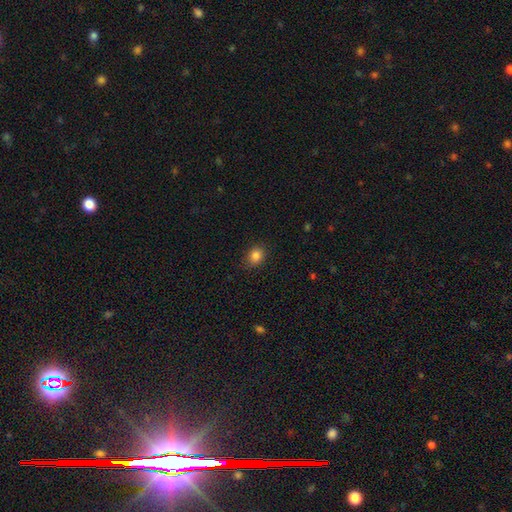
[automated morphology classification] smooth_or_featured: smooth (p=0.84) [alt: star or artifact p=0.11]
how_rounded: round (p=0.50) [alt: in between p=0.49]
merging: none (p=0.85) [alt: minor disturbance p=0.11]